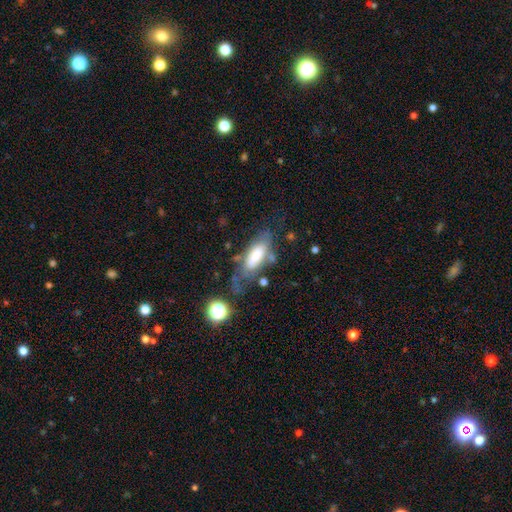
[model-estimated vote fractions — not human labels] smooth 58%, featured or disk 33%, star or artifact 9%. Down the decision tree: how rounded — in between (73%); merging — none (45%).